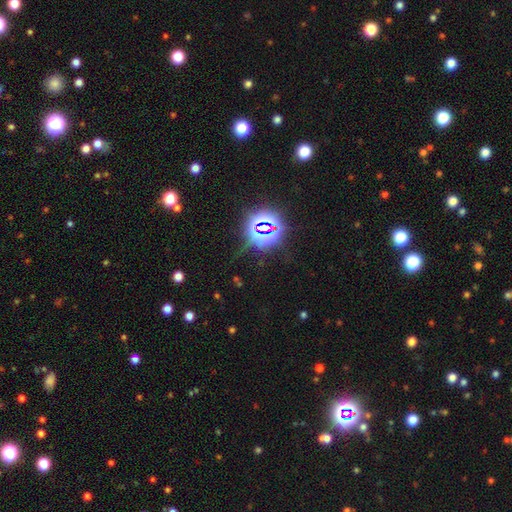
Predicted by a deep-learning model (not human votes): Smooth or featured? star or artifact (77%)